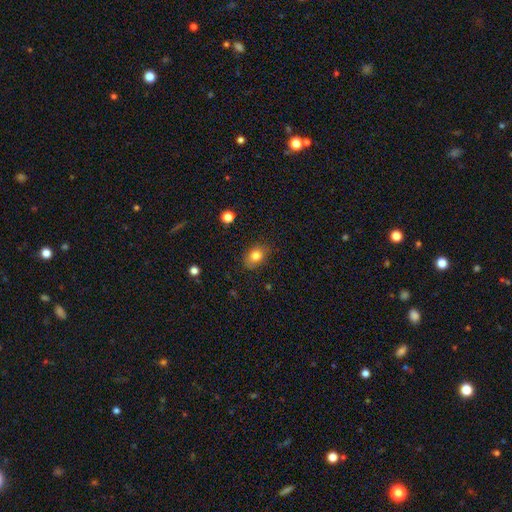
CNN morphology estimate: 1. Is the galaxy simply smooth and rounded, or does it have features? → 80% smooth, 11% star or artifact, 9% featured or disk.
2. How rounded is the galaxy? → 60% in between, 39% round, 1% cigar-shaped.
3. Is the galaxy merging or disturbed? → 80% none, 15% minor disturbance, 3% major disturbance, 1% merger.